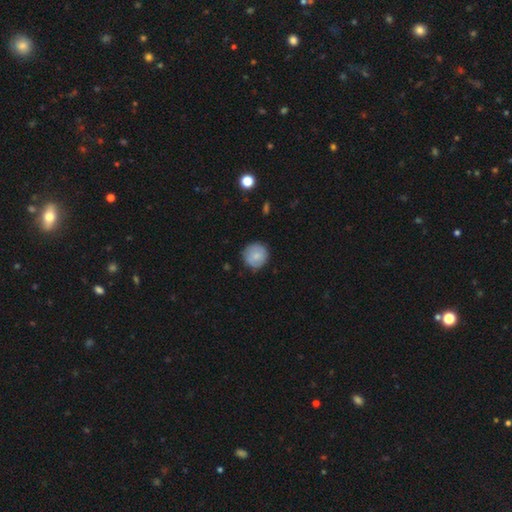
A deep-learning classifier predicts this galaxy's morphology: smooth 80%, featured or disk 13%, star or artifact 7%. Down the decision tree: how rounded — round (92%); merging — none (81%).